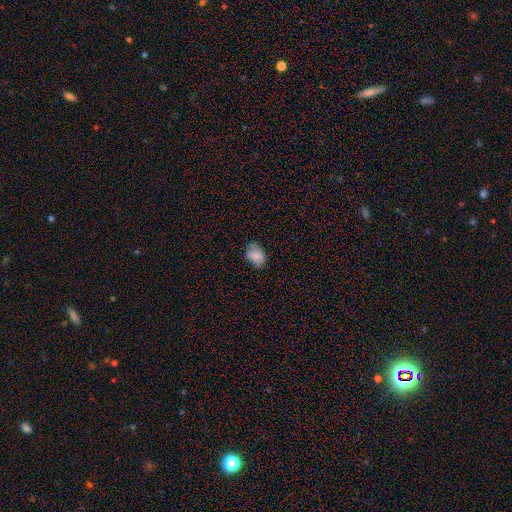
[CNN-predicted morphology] The model was most divided on "merging": none: 67%, minor disturbance: 26%, major disturbance: 6%, merger: 2%. More confident: smooth or featured — smooth (80%); how rounded — in between (78%).